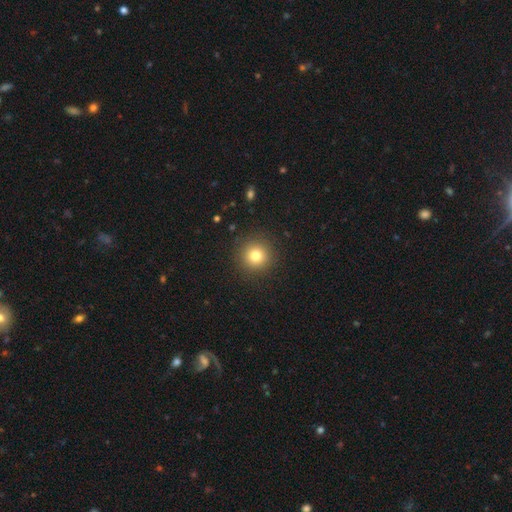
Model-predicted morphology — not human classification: smooth 79%, star or artifact 13%, featured or disk 8%. Down the decision tree: how rounded — round (95%); merging — none (91%).